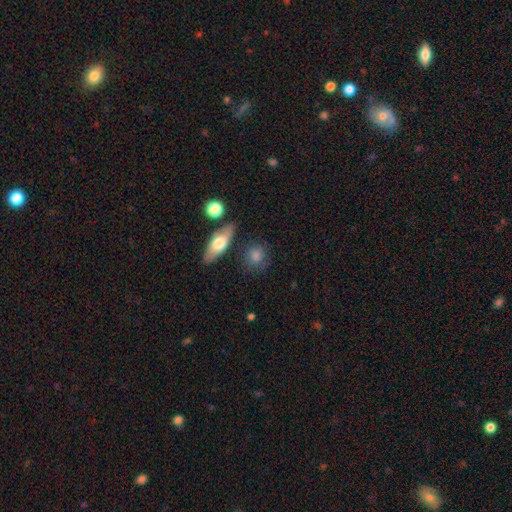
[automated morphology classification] Overall: smooth (78%). How rounded: round (63%; in between 31%). Merging: none (73%).